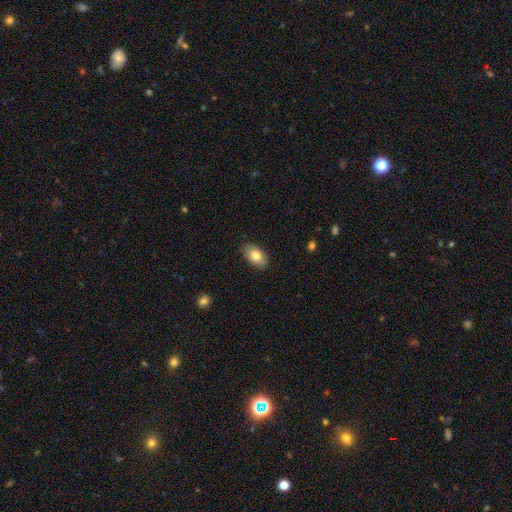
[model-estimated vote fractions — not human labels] Smooth or featured? smooth (82%)
How rounded? in between (92%)
Merging? none (87%)